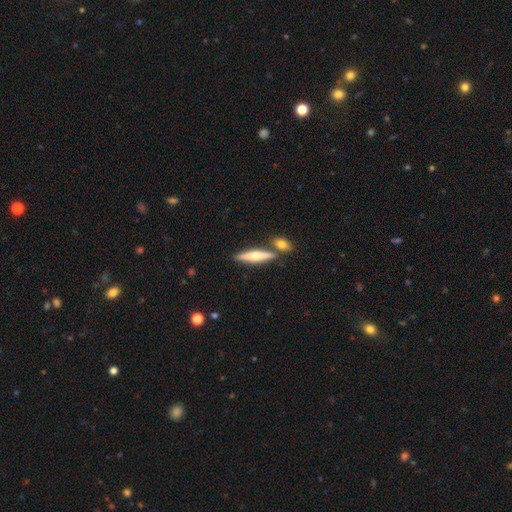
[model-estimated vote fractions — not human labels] This is possibly a smooth galaxy (48%). Merging: likely none (72%).